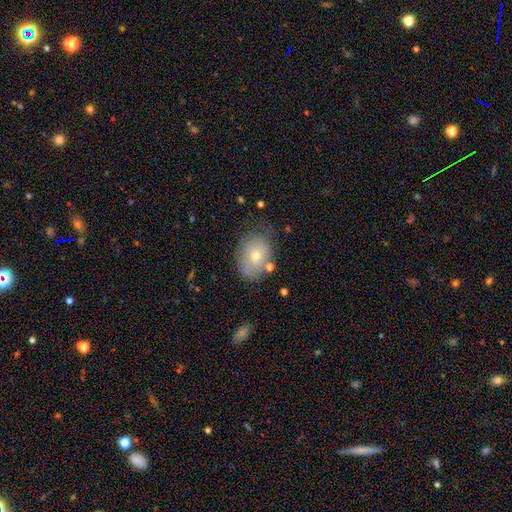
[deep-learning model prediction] Smooth or featured? Predicted: smooth (p=0.61). How rounded? Predicted: in between (p=0.66). Merging? Predicted: none (p=0.62).